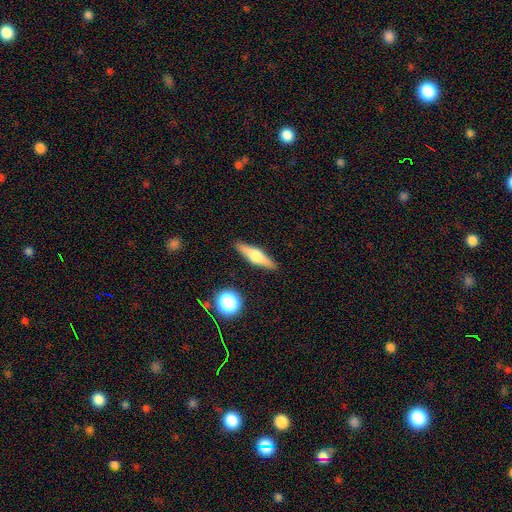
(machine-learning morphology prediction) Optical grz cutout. It shows a featured or disk galaxy (54%) viewed edge-on (95%) with a rounded central bulge (90%). Merging: none (89%).